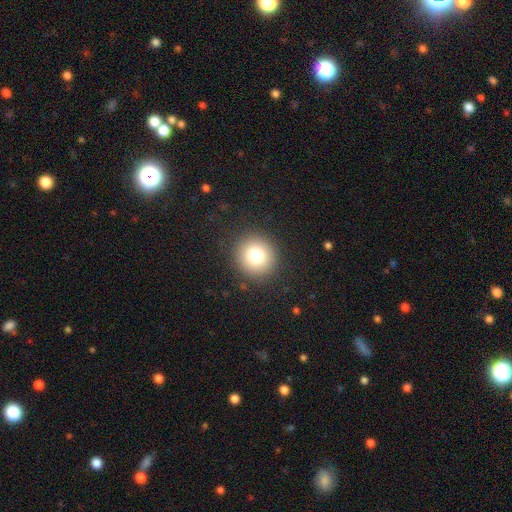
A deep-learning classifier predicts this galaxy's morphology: Smooth or featured?
  - smooth: 77% *
  - star or artifact: 13%
  - featured or disk: 10%
How rounded?
  - round: 92% *
  - in between: 7%
  - cigar-shaped: 1%
Merging?
  - none: 90% *
  - minor disturbance: 6%
  - major disturbance: 3%
  - merger: 1%